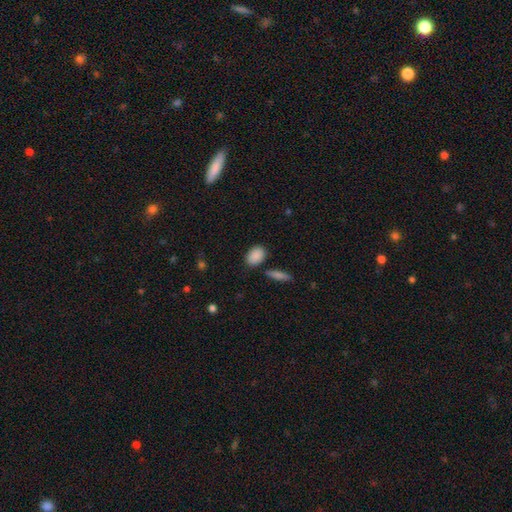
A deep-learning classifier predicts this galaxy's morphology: smooth 89%, star or artifact 7%, featured or disk 4%. Down the decision tree: how rounded — in between (82%); merging — none (81%).